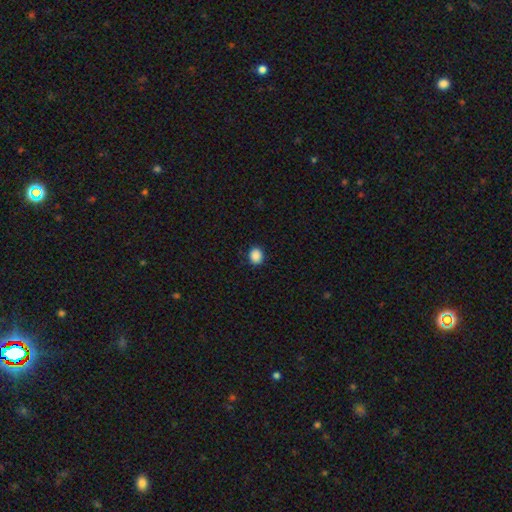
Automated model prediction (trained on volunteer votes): smooth-or-featured: smooth: 89% | star or artifact: 9% | featured or disk: 2%
  how-rounded: round: 60% | in between: 39% | cigar-shaped: 1%
  merging: none: 90% | minor disturbance: 7% | major disturbance: 2% | merger: 1%